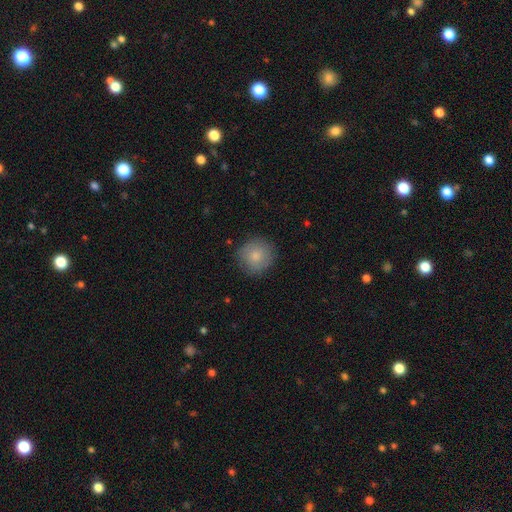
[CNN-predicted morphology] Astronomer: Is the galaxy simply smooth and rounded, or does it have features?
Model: smooth — 82%.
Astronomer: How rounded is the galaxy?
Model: round — 93%.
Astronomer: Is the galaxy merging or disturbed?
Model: none — 86%.